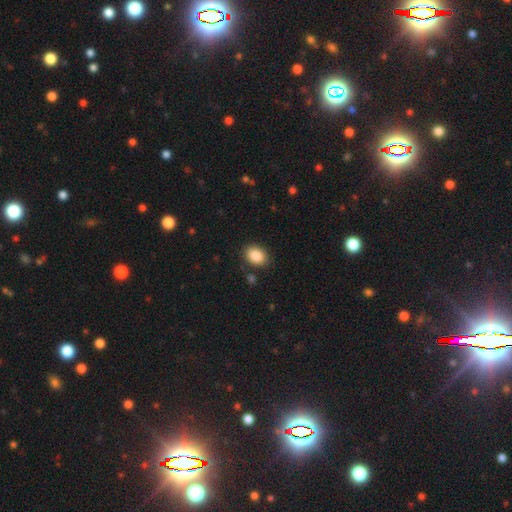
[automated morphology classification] type=smooth (88%); roundness=in between (74%); merging=none (86%).